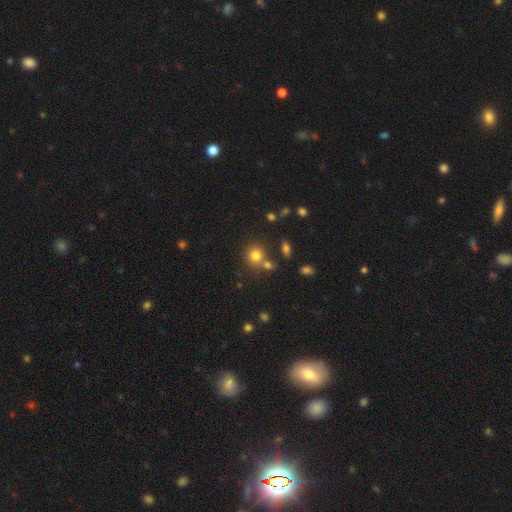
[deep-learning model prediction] A smooth galaxy with no disk features (77%) that is round (81%).

Vote fractions:
- Smooth or featured? smooth: 77% / star or artifact: 14% / featured or disk: 9%
- How rounded? round: 81% / in between: 18% / cigar-shaped: 1%
- Merging? none: 63% / merger: 23% / minor disturbance: 10% / major disturbance: 4%